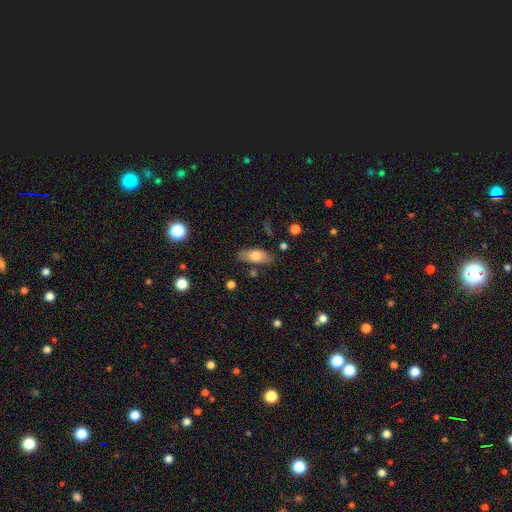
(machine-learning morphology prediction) smooth_or_featured: smooth (p=0.73) [alt: featured or disk p=0.20]
how_rounded: in between (p=0.82) [alt: cigar-shaped p=0.15]
merging: none (p=0.78) [alt: minor disturbance p=0.15]